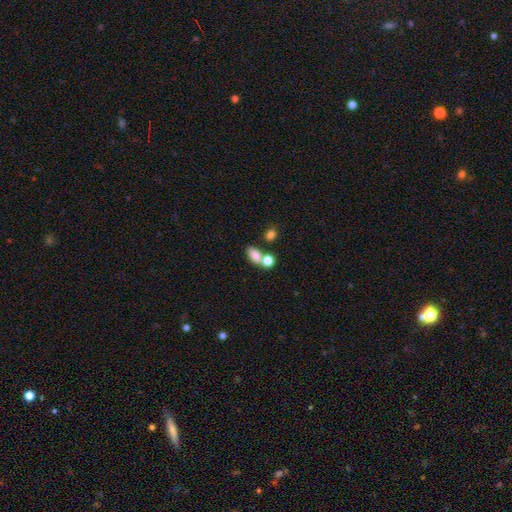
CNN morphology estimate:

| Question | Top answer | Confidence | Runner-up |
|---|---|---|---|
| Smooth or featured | smooth | 79% | star or artifact (11%) |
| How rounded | in between | 79% | round (17%) |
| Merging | none | 44% | merger (40%) |